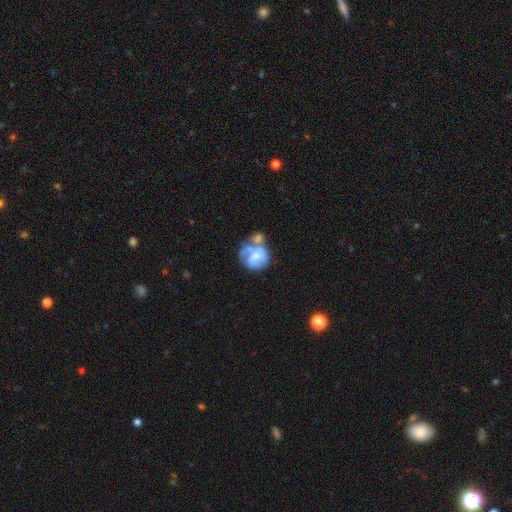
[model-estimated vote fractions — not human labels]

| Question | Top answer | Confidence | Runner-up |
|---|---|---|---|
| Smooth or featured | featured or disk | 54% | smooth (39%) |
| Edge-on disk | no | 98% | yes (2%) |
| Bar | no | 71% | weak (23%) |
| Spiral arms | no | 53% | yes (47%) |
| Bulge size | small | 36% | moderate (31%) |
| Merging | merger | 38% | none (25%) |